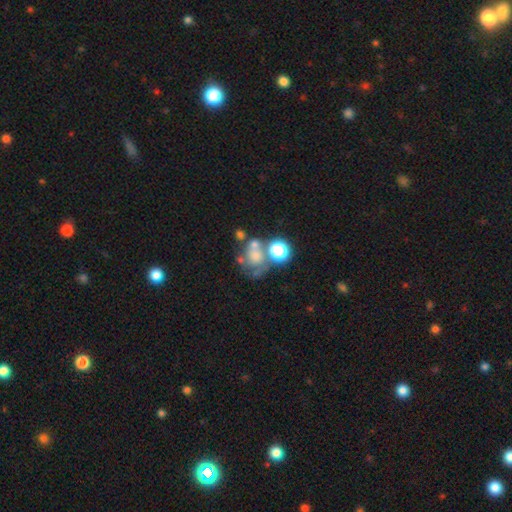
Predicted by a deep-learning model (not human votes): Smooth or featured? Predicted: smooth (p=0.49). Merging? Predicted: merger (p=0.36).